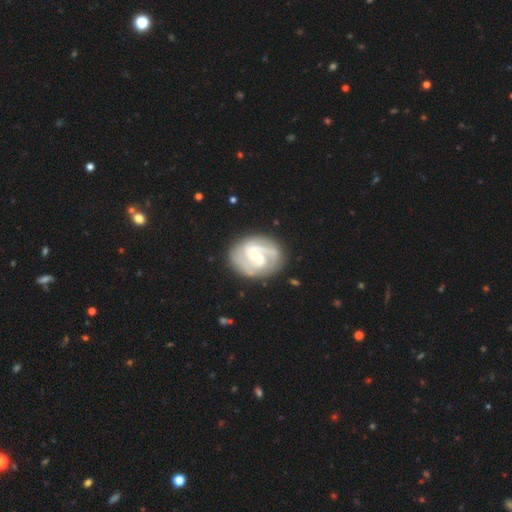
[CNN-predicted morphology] This is clearly a featured or disk galaxy (89%). It is clearly not viewed edge-on (98%). Bar: possibly weak (51%). Spiral arm pattern: clearly yes (97%). Spiral arm count: possibly 2 (55%). Spiral winding: marginally medium (45%, tied with tight). Central bulge: possibly small (49%). Merging: likely none (80%).